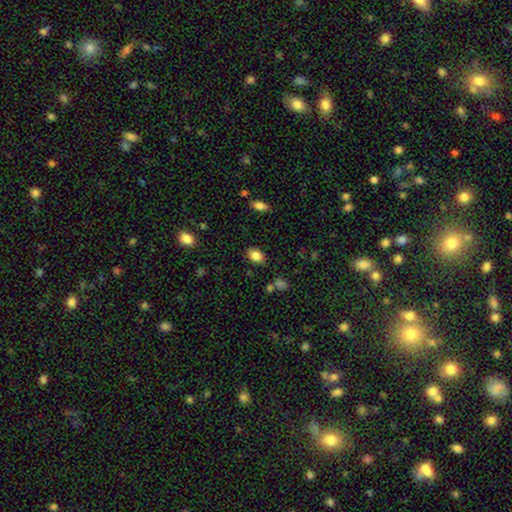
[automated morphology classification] Smooth or featured? smooth (83%)
How rounded? in between (79%)
Merging? none (84%)